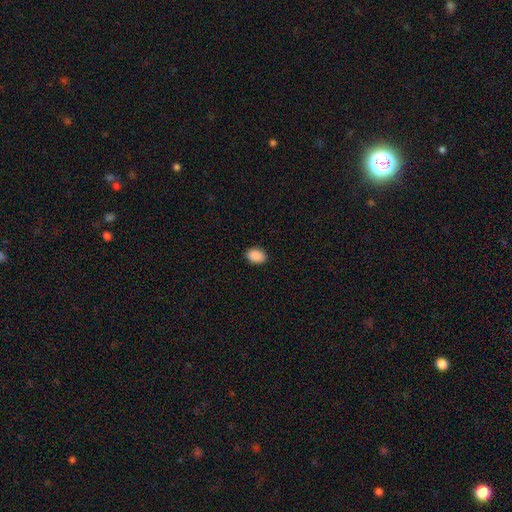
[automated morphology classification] Smooth or featured?
  - smooth: 90% *
  - star or artifact: 7%
  - featured or disk: 2%
How rounded?
  - in between: 80% *
  - round: 19%
  - cigar-shaped: 1%
Merging?
  - none: 90% *
  - minor disturbance: 8%
  - major disturbance: 2%
  - merger: 1%